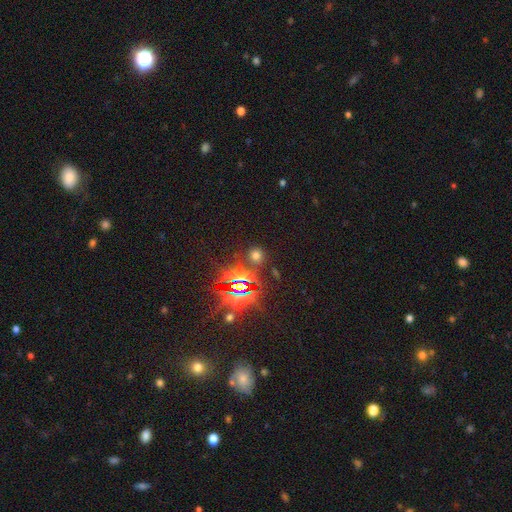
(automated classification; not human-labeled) A smooth galaxy with no disk features (51%) that is round (85%). Merging: none (84%).